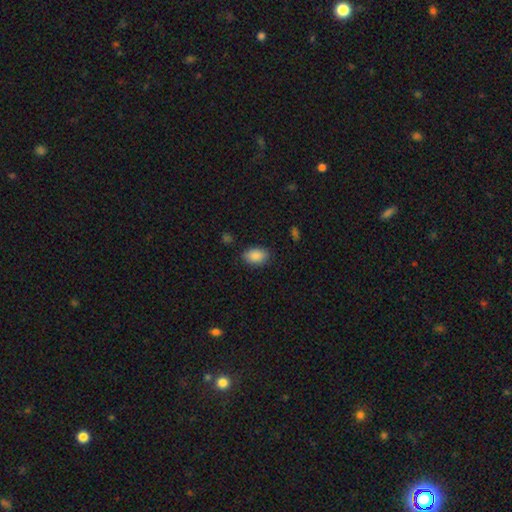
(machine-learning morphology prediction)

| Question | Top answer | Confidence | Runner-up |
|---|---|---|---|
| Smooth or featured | smooth | 89% | star or artifact (7%) |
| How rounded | in between | 88% | round (10%) |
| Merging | none | 84% | minor disturbance (12%) |